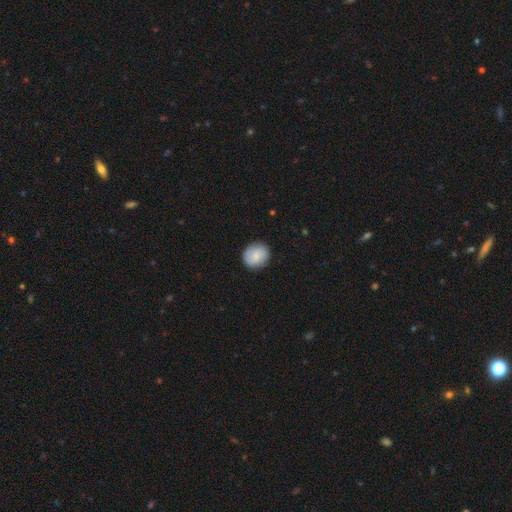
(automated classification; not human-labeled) Q: Smooth or featured?
A: smooth (80%); runner-up: featured or disk (13%)
Q: How rounded?
A: round (78%); runner-up: in between (21%)
Q: Merging?
A: none (88%); runner-up: minor disturbance (9%)